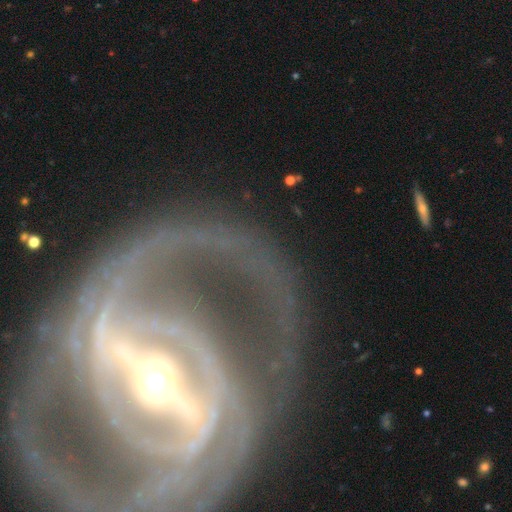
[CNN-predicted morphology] Smooth or featured? Predicted: featured or disk (p=0.89). Edge-on disk? Predicted: no (p=0.94). Bar? Predicted: strong (p=0.77). Spiral arms? Predicted: yes (p=0.90). Spiral winding? Predicted: tight (p=0.48). Spiral arm count? Predicted: 2 (p=0.49). Bulge size? Predicted: moderate (p=0.48). Merging? Predicted: none (p=0.64).